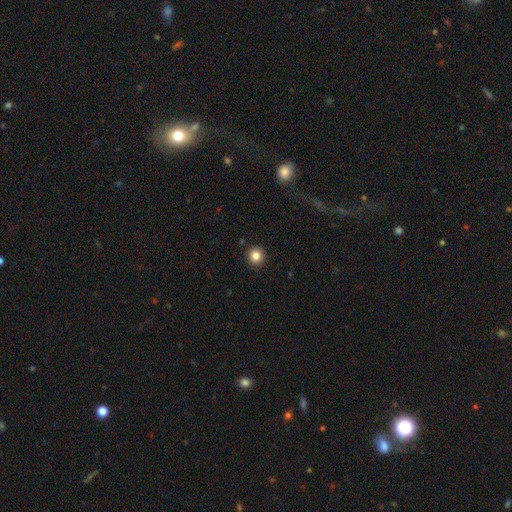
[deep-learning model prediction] This is clearly a smooth galaxy (84%). How rounded: clearly round (94%). Merging: clearly none (92%).